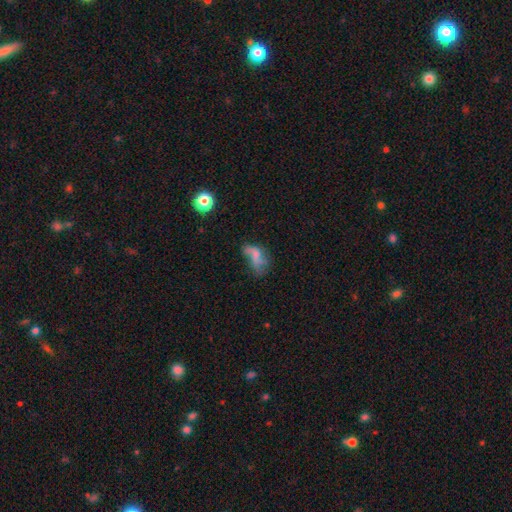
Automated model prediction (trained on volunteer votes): Q: Smooth or featured?
A: smooth (47%); runner-up: featured or disk (38%)
Q: Merging?
A: major disturbance (40%); runner-up: none (27%)